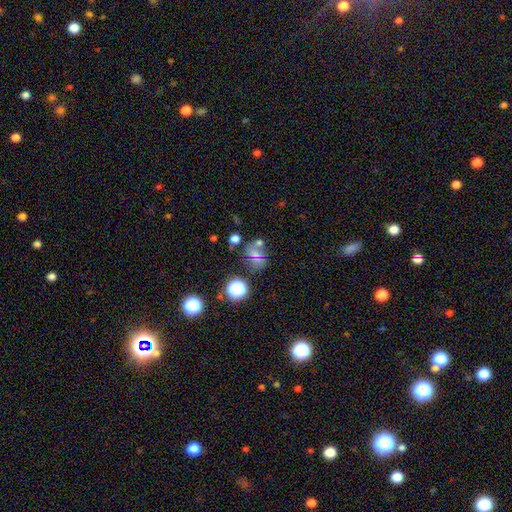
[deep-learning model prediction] Overall: smooth (55%; star or artifact 28%). How rounded: round (60%; in between 39%). Merging: none (56%; merger 19%).